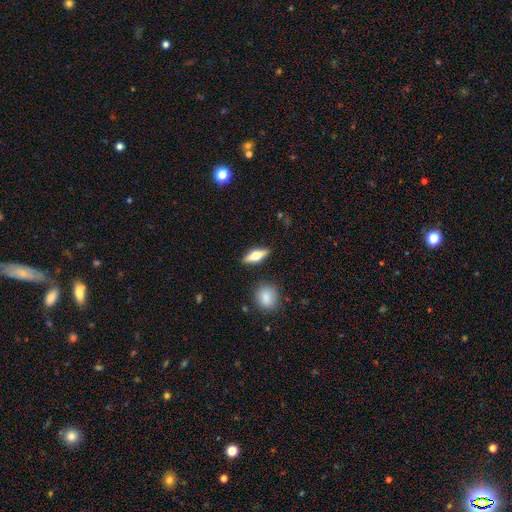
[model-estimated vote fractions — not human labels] Q: Smooth or featured?
A: featured or disk (48%); runner-up: smooth (45%)
Q: Merging?
A: none (88%); runner-up: minor disturbance (8%)